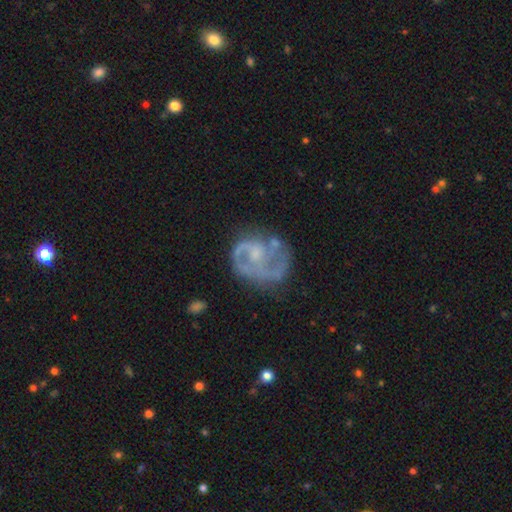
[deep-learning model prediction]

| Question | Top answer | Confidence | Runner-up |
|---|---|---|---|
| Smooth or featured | featured or disk | 78% | smooth (14%) |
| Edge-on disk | no | 98% | yes (2%) |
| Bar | no | 64% | weak (31%) |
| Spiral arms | yes | 82% | no (18%) |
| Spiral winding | medium | 44% | tight (31%) |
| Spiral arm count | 2 | 50% | 1 (19%) |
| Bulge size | small | 42% | moderate (30%) |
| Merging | none | 54% | minor disturbance (21%) |